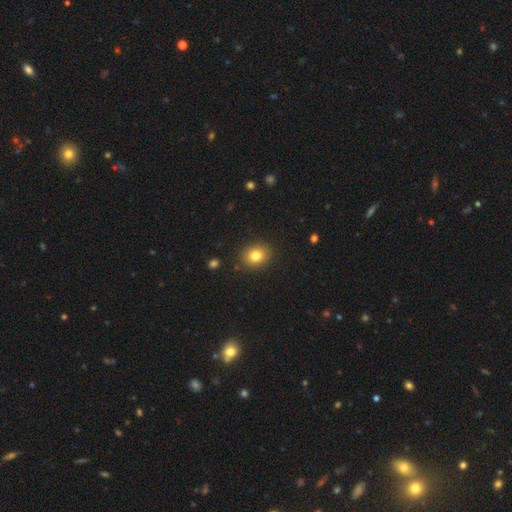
This is clearly a smooth galaxy (85%). How rounded: possibly in between (53%). Merging: clearly none (95%).